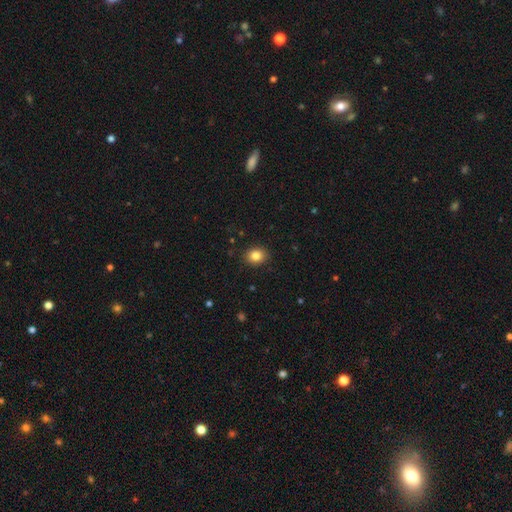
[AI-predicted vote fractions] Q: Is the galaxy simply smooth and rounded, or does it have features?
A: smooth — 83%.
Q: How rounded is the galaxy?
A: round — 63%.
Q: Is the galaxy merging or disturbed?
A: none — 90%.